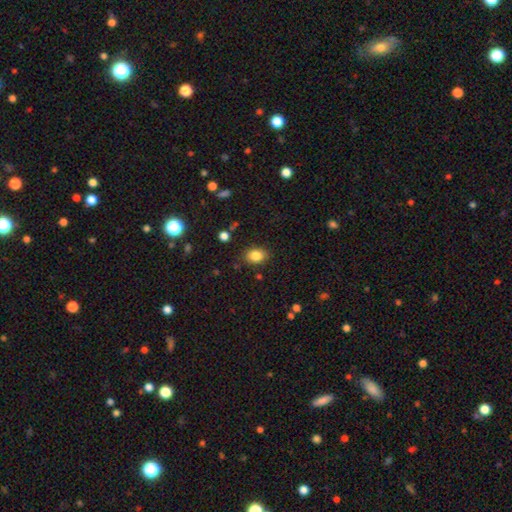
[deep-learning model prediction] The model was most divided on "how rounded": in between: 71%, round: 28%, cigar-shaped: 1%. More confident: smooth or featured — smooth (84%); merging — none (83%).